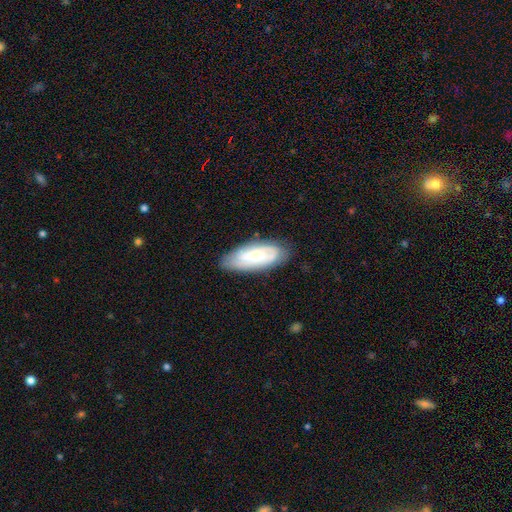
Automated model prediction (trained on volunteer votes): Smooth or featured?
  - featured or disk: 51% *
  - smooth: 43%
  - star or artifact: 6%
Edge-on disk?
  - no: 86% *
  - yes: 14%
Merging?
  - none: 79% *
  - minor disturbance: 16%
  - major disturbance: 3%
  - merger: 1%